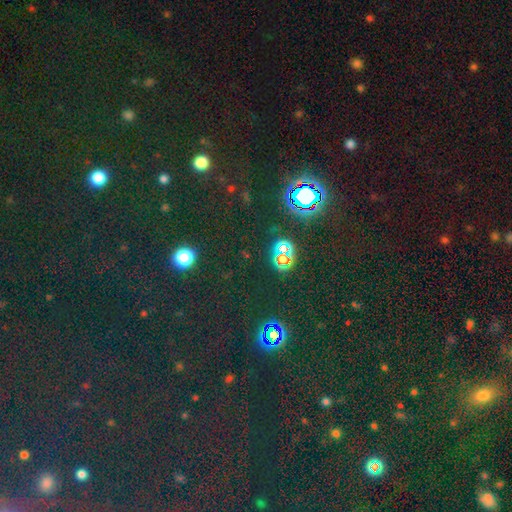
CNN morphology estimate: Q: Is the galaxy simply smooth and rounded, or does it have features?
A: star or artifact — 78%.